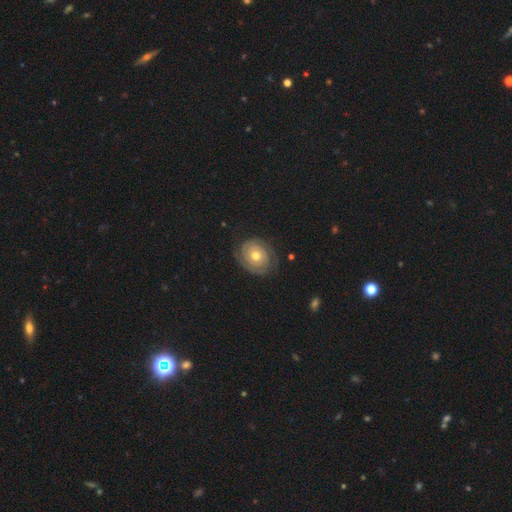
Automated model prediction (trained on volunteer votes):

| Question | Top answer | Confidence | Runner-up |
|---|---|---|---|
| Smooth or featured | featured or disk | 71% | smooth (22%) |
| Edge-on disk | no | 97% | yes (3%) |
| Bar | no | 85% | weak (12%) |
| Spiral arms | yes | 84% | no (16%) |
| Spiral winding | tight | 79% | medium (15%) |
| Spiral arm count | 2 | 49% | can't tell (29%) |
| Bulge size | moderate | 74% | small (19%) |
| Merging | none | 76% | minor disturbance (16%) |